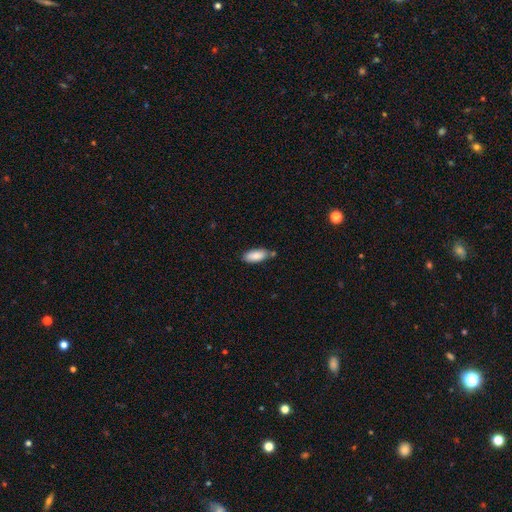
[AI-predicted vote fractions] A smooth galaxy with no disk features (87%) that is in between round and cigar-shaped (82%).

Vote fractions:
- Smooth or featured? smooth: 87% / featured or disk: 7% / star or artifact: 6%
- How rounded? in between: 82% / cigar-shaped: 16% / round: 2%
- Merging? none: 70% / minor disturbance: 18% / merger: 8% / major disturbance: 3%